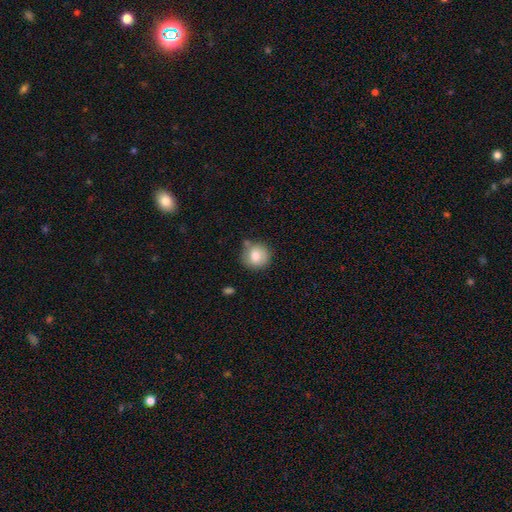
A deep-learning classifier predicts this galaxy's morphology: Overall: smooth (81%). How rounded: round (87%). Merging: none (70%).